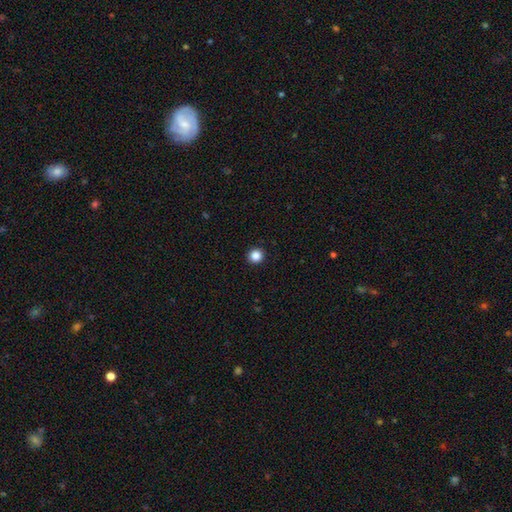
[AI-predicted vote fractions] Q: Smooth or featured?
A: smooth (86%); runner-up: star or artifact (11%)
Q: How rounded?
A: round (95%); runner-up: in between (4%)
Q: Merging?
A: none (93%); runner-up: minor disturbance (4%)